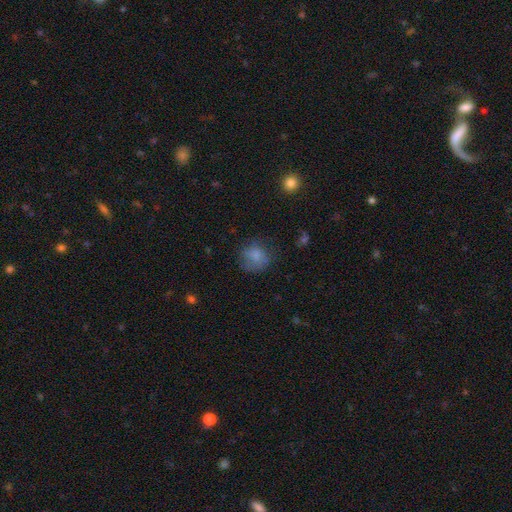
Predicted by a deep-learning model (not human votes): The model was most divided on "merging": none: 60%, minor disturbance: 24%, major disturbance: 14%, merger: 2%. More confident: how rounded — round (79%); smooth or featured — smooth (76%).